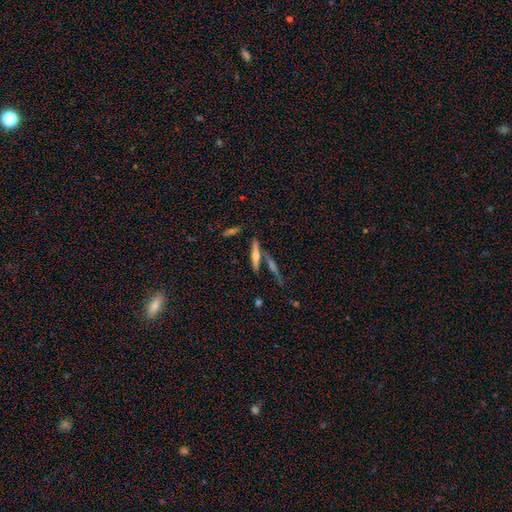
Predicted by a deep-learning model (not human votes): Morphology: type=featured or disk (55%); edge-on=yes (94%); edge-on bulge=rounded (81%); merging=none (70%).